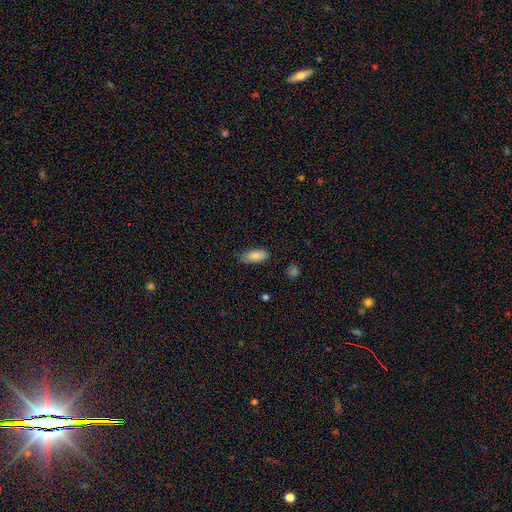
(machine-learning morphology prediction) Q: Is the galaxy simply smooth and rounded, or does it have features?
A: smooth — 86%.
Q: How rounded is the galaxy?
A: in between — 84%.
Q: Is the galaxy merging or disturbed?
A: none — 77%.